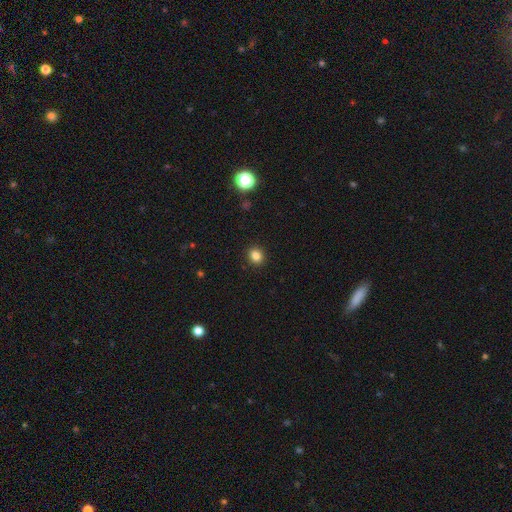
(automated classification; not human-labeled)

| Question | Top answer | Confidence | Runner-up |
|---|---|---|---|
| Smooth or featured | smooth | 83% | star or artifact (12%) |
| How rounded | round | 81% | in between (18%) |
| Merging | none | 92% | minor disturbance (5%) |